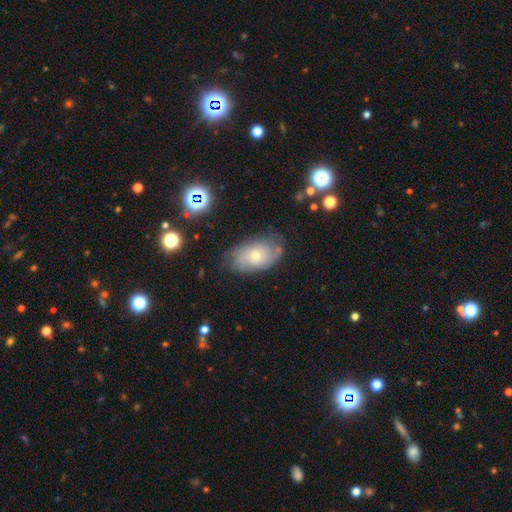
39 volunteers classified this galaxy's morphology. Overall: featured or disk (59%; smooth 33%). Edge-on disk: no (96%). Bar: no (86%). Spiral arms: yes (64%; no 36%). Spiral arm count: can't tell (71%). Spiral winding: tight (71%). Bulge size: moderate (50%, tied with small). Merging: none (61%; minor disturbance 31%).